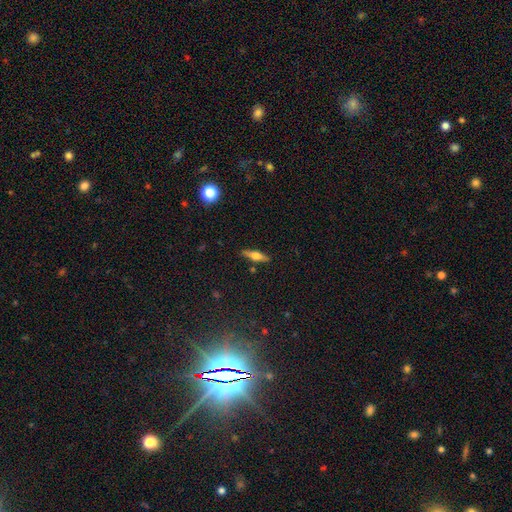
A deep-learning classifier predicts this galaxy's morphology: featured or disk 54%, smooth 39%, star or artifact 7%. Down the decision tree: edge-on disk — yes (94%); edge-on bulge — rounded (91%); merging — none (87%).